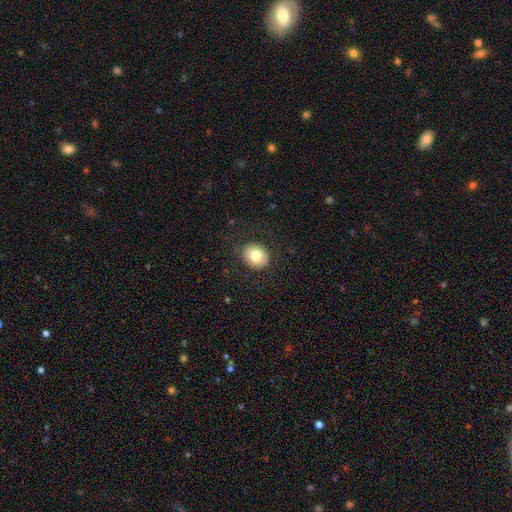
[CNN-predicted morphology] Q: Smooth or featured?
A: smooth (80%); runner-up: featured or disk (11%)
Q: How rounded?
A: round (77%); runner-up: in between (22%)
Q: Merging?
A: none (86%); runner-up: minor disturbance (9%)